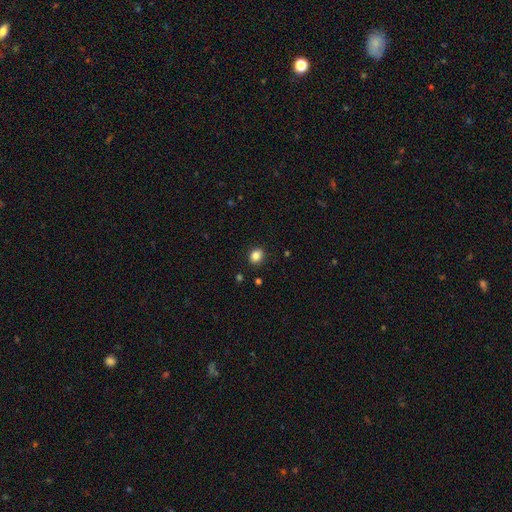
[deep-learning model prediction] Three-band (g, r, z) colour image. It shows a smooth galaxy with no disk features (85%) that is round (59%). Merging: none (89%).